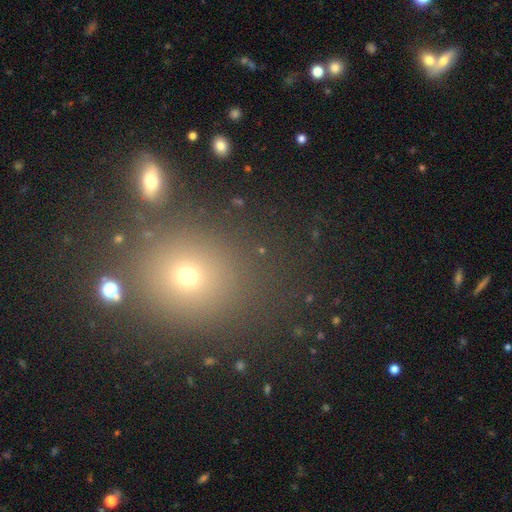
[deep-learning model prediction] Smooth or featured? Predicted: smooth (p=0.54). How rounded? Predicted: round (p=0.74). Merging? Predicted: none (p=0.81).